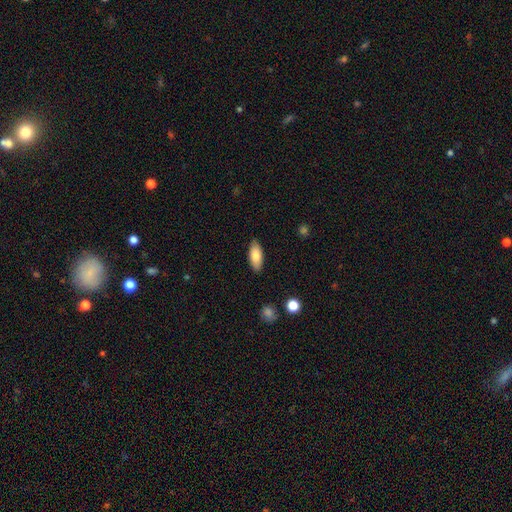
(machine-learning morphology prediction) smooth_or_featured: smooth (p=0.83) [alt: featured or disk p=0.11]
how_rounded: in between (p=0.85) [alt: cigar-shaped p=0.13]
merging: none (p=0.86) [alt: minor disturbance p=0.10]